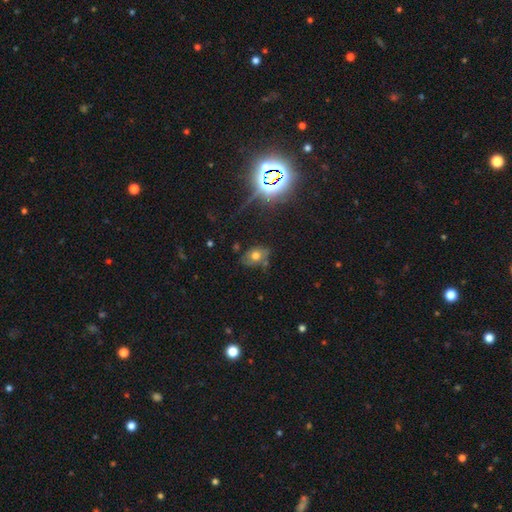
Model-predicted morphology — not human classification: This is possibly a smooth galaxy (56%). How rounded: likely in between (74%). Merging: likely none (65%).